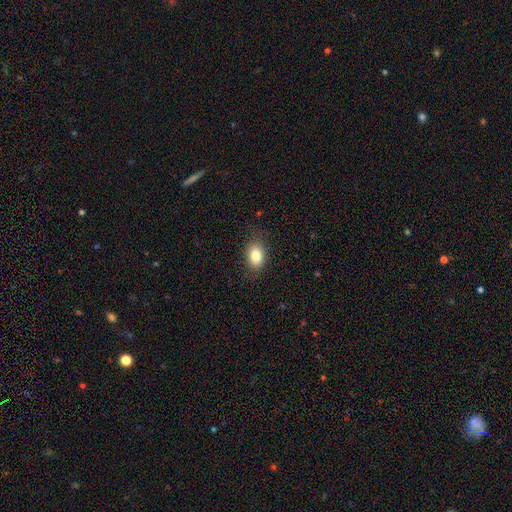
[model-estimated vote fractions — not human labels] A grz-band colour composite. It shows a smooth galaxy with no disk features (84%) that is in between round and cigar-shaped (83%). Merging: none (84%).